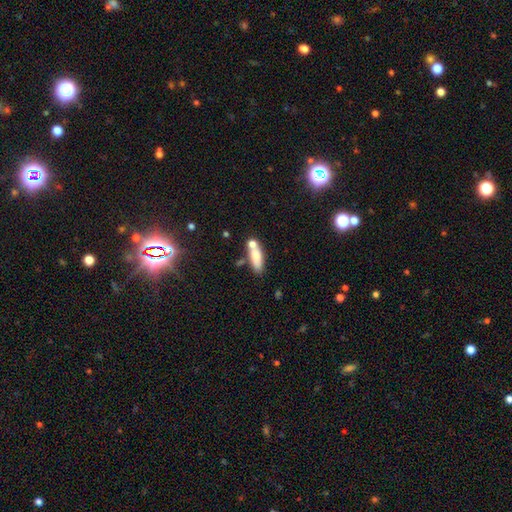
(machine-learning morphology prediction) Q: Smooth or featured?
A: smooth (76%); runner-up: featured or disk (16%)
Q: How rounded?
A: in between (51%); runner-up: cigar-shaped (46%)
Q: Merging?
A: none (54%); runner-up: merger (25%)